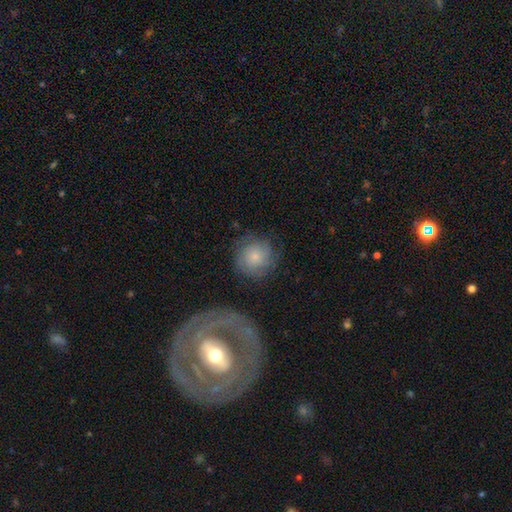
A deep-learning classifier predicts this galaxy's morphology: This is possibly a smooth galaxy (45%, tied with featured or disk). Merging: likely none (75%).